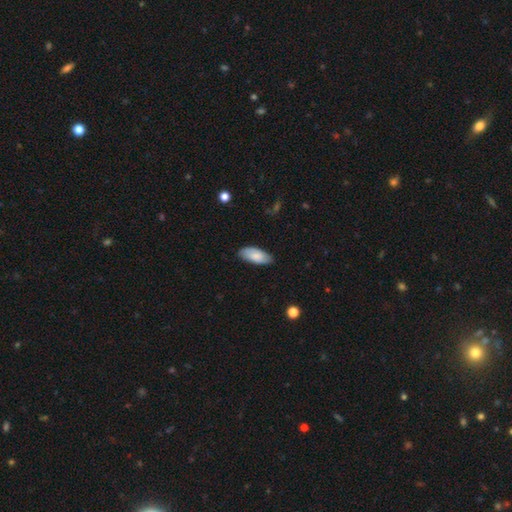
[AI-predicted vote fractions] smooth-or-featured: smooth: 81% | featured or disk: 14% | star or artifact: 6%
  how-rounded: in between: 88% | cigar-shaped: 11% | round: 2%
  merging: none: 83% | minor disturbance: 14% | major disturbance: 2% | merger: 1%